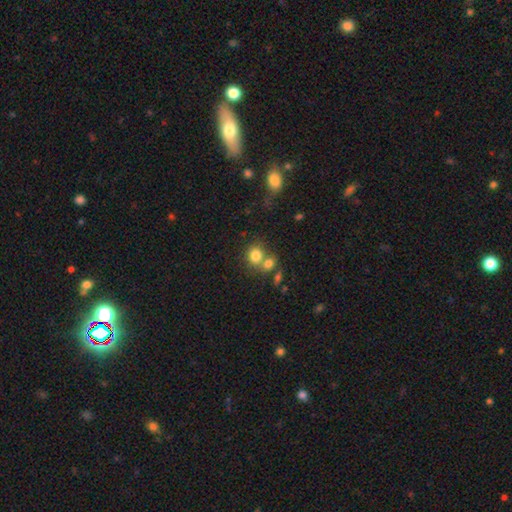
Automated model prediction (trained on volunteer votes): Morphology: type=smooth (79%); roundness=round (70%); merging=none (46%).